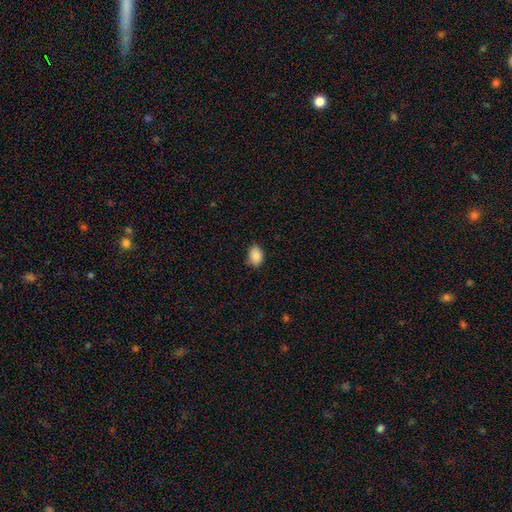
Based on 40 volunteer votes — Q: Smooth or featured?
A: smooth (88%); runner-up: star or artifact (12%)
Q: How rounded?
A: in between (71%); runner-up: round (29%)
Q: Merging?
A: none (80%); runner-up: minor disturbance (20%)